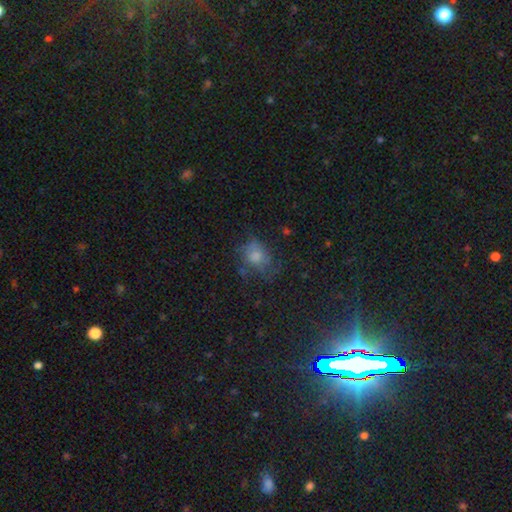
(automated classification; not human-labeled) Smooth or featured?
  - smooth: 45% *
  - star or artifact: 28%
  - featured or disk: 27%
Merging?
  - none: 58% *
  - minor disturbance: 23%
  - major disturbance: 16%
  - merger: 3%